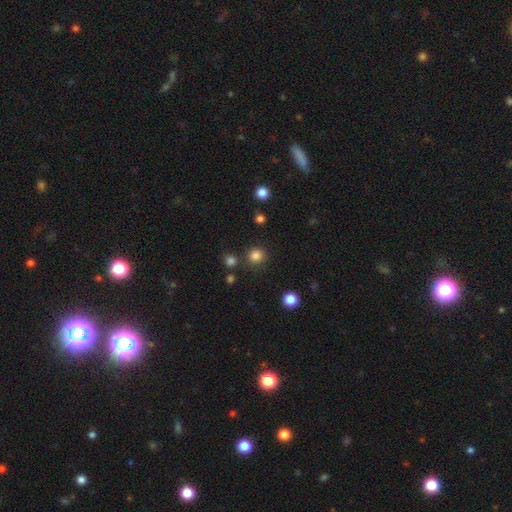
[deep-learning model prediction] Overall: smooth (83%). How rounded: round (93%). Merging: none (86%).